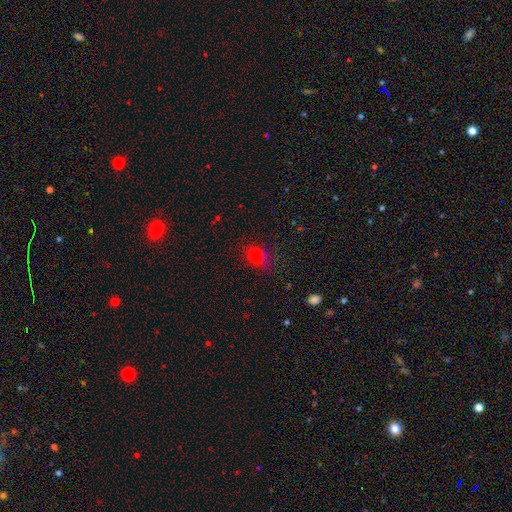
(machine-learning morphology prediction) This is likely a smooth galaxy (70%). How rounded: possibly round (58%). Merging: likely none (71%).